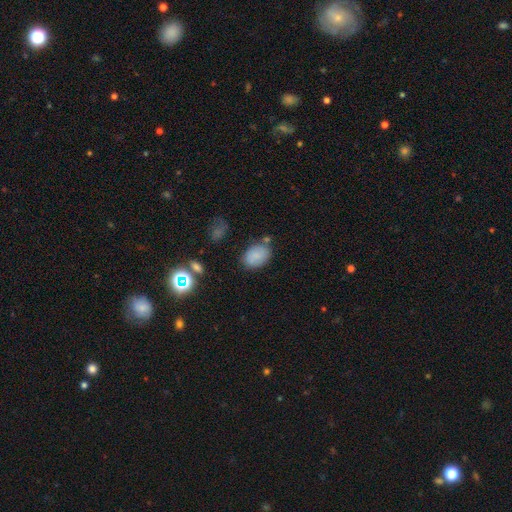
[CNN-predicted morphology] A smooth galaxy with no disk features (82%) that is in between round and cigar-shaped (83%).

Vote fractions:
- Smooth or featured? smooth: 82% / star or artifact: 9% / featured or disk: 8%
- How rounded? in between: 83% / round: 16% / cigar-shaped: 1%
- Merging? none: 71% / minor disturbance: 17% / merger: 7% / major disturbance: 5%